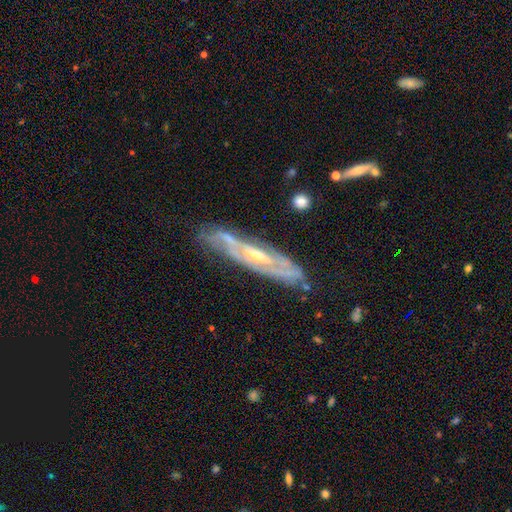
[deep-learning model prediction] smooth-or-featured: featured or disk: 82% | smooth: 11% | star or artifact: 7%
  disk-edge-on: no: 59% | yes: 41%
  merging: none: 76% | minor disturbance: 17% | major disturbance: 5% | merger: 2%